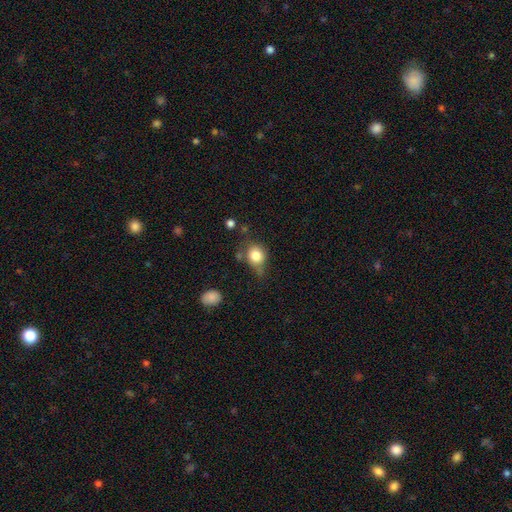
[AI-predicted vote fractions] Smooth or featured? smooth (80%)
How rounded? round (67%)
Merging? none (50%)